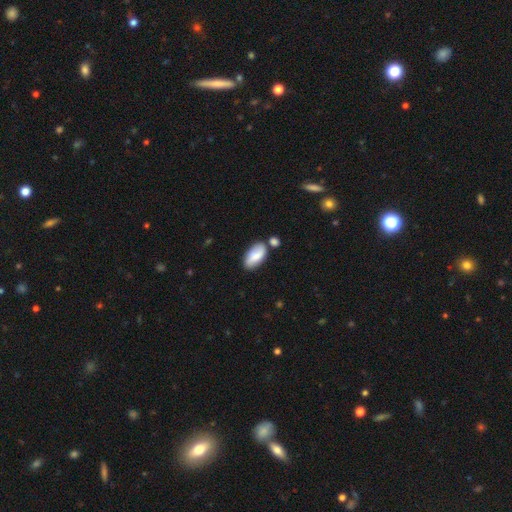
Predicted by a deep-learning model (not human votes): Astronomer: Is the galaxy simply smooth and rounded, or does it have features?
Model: smooth — 74%.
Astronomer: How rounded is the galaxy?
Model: in between — 93%.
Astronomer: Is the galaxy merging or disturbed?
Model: none — 62%.